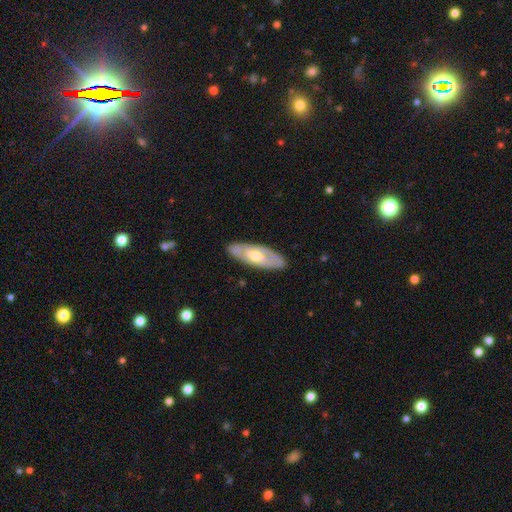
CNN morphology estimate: featured or disk 59%, smooth 36%, star or artifact 5%. Down the decision tree: edge-on disk — no (75%); merging — none (84%).